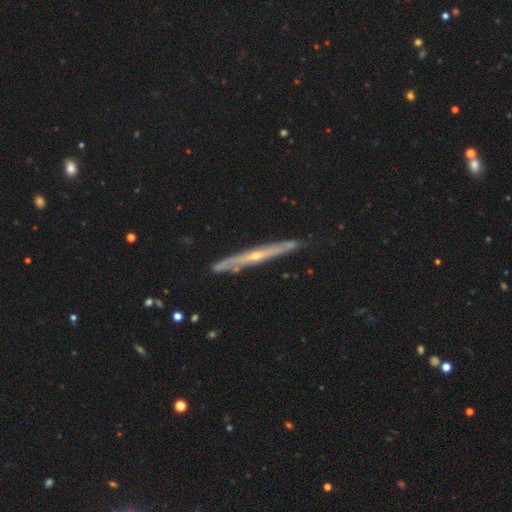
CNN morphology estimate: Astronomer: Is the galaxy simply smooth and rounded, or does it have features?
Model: featured or disk — 74%.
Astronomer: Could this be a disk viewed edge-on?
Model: yes — 93%.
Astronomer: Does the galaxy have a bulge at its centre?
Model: rounded — 74%.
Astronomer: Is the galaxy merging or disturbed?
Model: none — 84%.